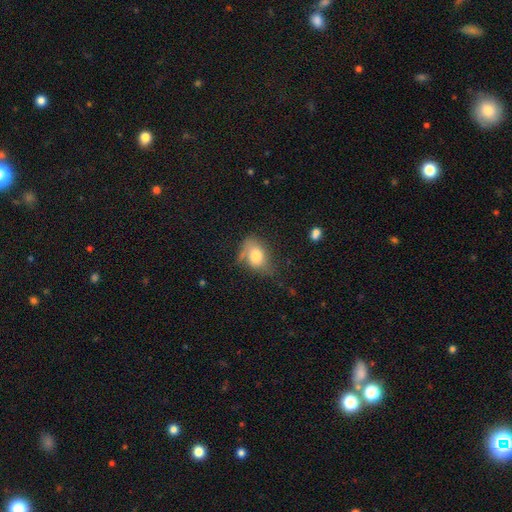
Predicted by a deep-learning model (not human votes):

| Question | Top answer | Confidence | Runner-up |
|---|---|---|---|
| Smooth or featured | smooth | 73% | featured or disk (18%) |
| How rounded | in between | 77% | round (21%) |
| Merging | none | 44% | minor disturbance (32%) |